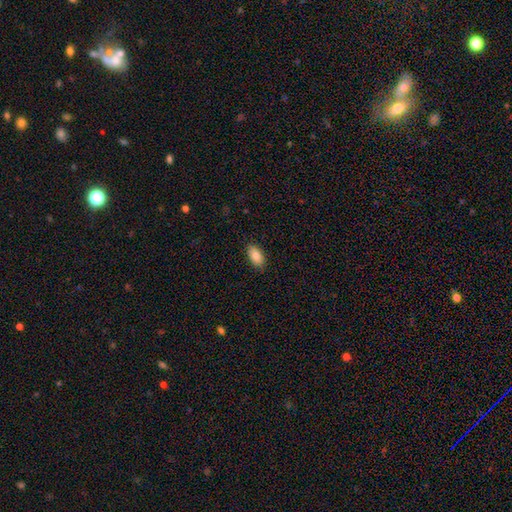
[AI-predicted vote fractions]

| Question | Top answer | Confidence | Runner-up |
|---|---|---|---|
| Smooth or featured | smooth | 87% | star or artifact (7%) |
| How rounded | in between | 93% | cigar-shaped (4%) |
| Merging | none | 88% | minor disturbance (9%) |